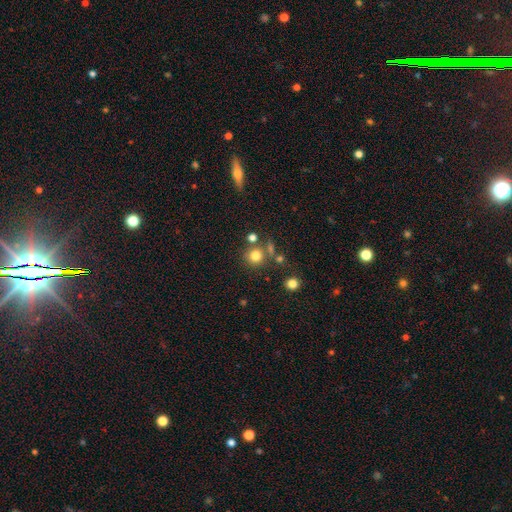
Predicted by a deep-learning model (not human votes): Smooth or featured?
  - smooth: 78% *
  - star or artifact: 14%
  - featured or disk: 8%
How rounded?
  - round: 90% *
  - in between: 9%
  - cigar-shaped: 1%
Merging?
  - none: 71% *
  - merger: 14%
  - minor disturbance: 10%
  - major disturbance: 5%